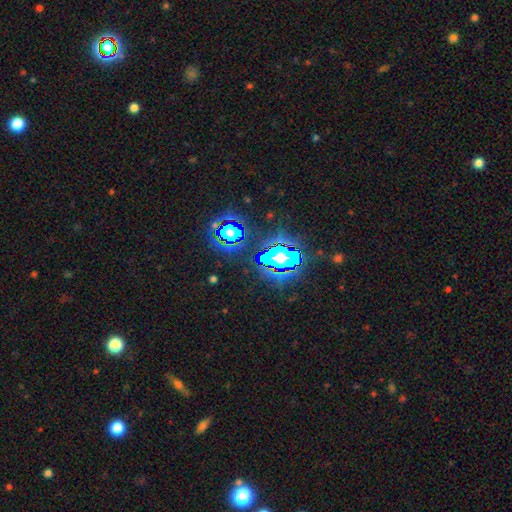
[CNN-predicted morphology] Smooth or featured?
  - star or artifact: 81% *
  - smooth: 11%
  - featured or disk: 7%